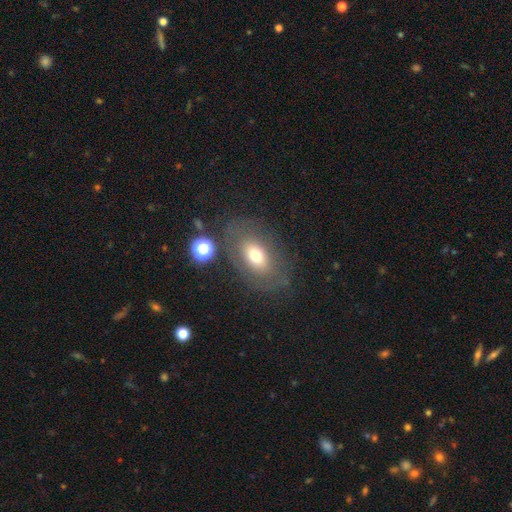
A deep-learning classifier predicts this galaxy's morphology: A smooth galaxy with no disk features (63%) that is in between round and cigar-shaped (83%). Merging: none (71%).